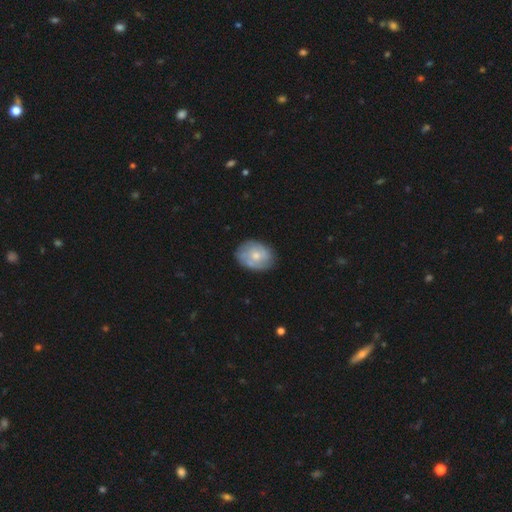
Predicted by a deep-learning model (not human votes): A featured or disk galaxy (48%). Merging: none (75%).